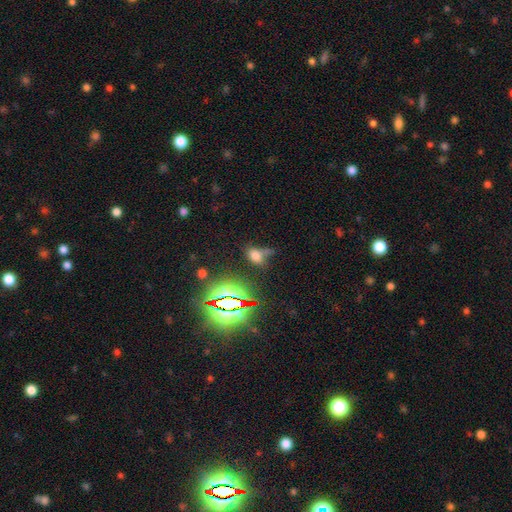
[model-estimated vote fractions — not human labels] A smooth galaxy with no disk features (62%) that is in between round and cigar-shaped (80%).

Vote fractions:
- Smooth or featured? smooth: 62% / star or artifact: 28% / featured or disk: 10%
- How rounded? in between: 80% / round: 16% / cigar-shaped: 4%
- Merging? none: 49% / minor disturbance: 22% / merger: 16% / major disturbance: 13%